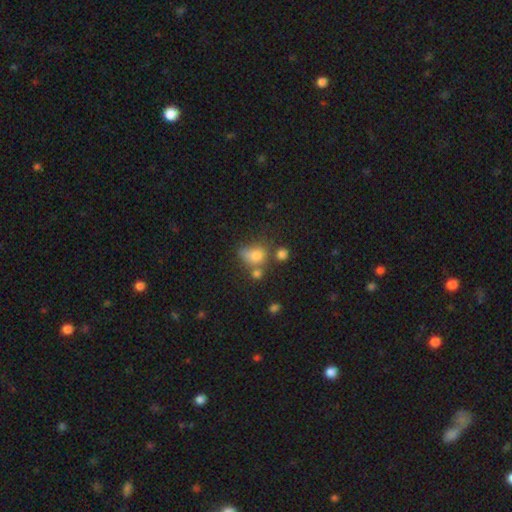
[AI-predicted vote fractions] Smooth or featured? smooth (73%)
How rounded? in between (54%)
Merging? none (33%)